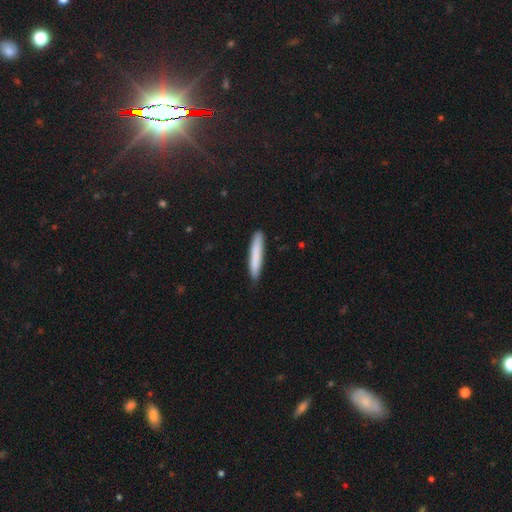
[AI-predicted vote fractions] A smooth galaxy with no disk features (81%) that is cigar-shaped (93%).

Vote fractions:
- Smooth or featured? smooth: 81% / featured or disk: 13% / star or artifact: 6%
- How rounded? cigar-shaped: 93% / in between: 6% / round: 1%
- Merging? none: 85% / minor disturbance: 12% / major disturbance: 2% / merger: 1%